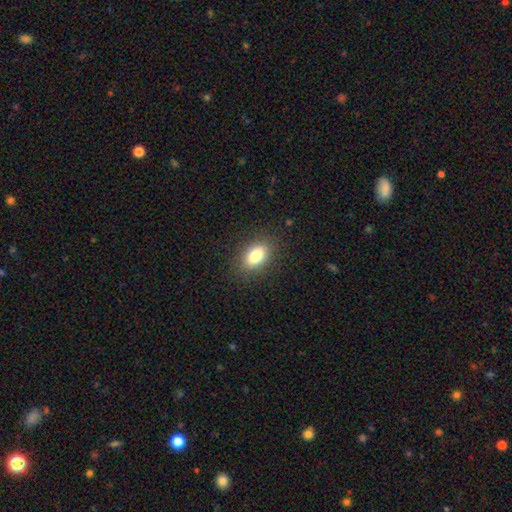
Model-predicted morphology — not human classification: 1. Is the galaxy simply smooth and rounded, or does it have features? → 81% smooth, 9% featured or disk, 9% star or artifact.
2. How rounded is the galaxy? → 84% in between, 14% round, 2% cigar-shaped.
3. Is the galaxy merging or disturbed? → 86% none, 9% minor disturbance, 3% major disturbance, 1% merger.